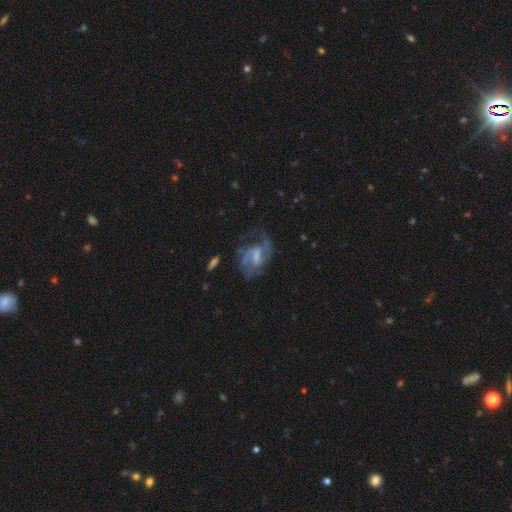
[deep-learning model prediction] A featured or disk galaxy (76%) with a weak bar (52%), 2 (60%) medium (50%) spiral arms (87%) and a moderate central bulge (32%).

Vote fractions:
- Smooth or featured? featured or disk: 76% / smooth: 16% / star or artifact: 8%
- Edge-on disk? no: 96% / yes: 4%
- Bar? weak: 52% / no: 24% / strong: 24%
- Spiral arms? yes: 87% / no: 13%
- Spiral winding? medium: 50% / loose: 28% / tight: 22%
- Spiral arm count? 2: 60% / can't tell: 18% / 3: 9% / 1: 9% / 4: 2% / more than 4: 2%
- Bulge size? moderate: 32% / none: 29% / small: 27% / large: 12% / dominant: 2%
- Merging? none: 48% / major disturbance: 28% / minor disturbance: 21% / merger: 3%